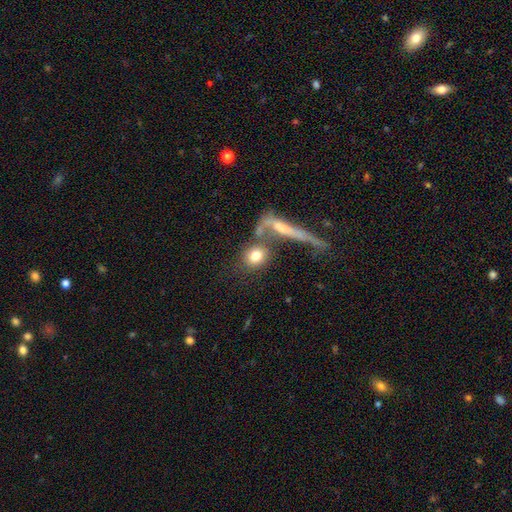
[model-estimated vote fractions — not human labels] This appears to be a smooth galaxy with no disk features (76%) that is round (74%). Merging: none (59%).